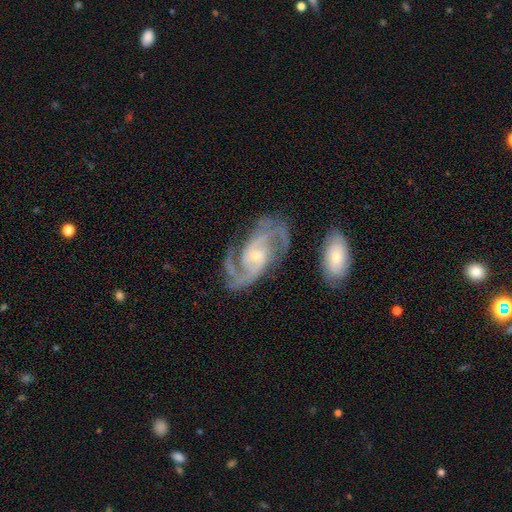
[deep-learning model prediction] Smooth or featured?
  - featured or disk: 92% *
  - star or artifact: 5%
  - smooth: 3%
Edge-on disk?
  - no: 97% *
  - yes: 3%
Bar?
  - no: 48% *
  - weak: 39%
  - strong: 13%
Spiral arms?
  - yes: 98% *
  - no: 2%
Spiral winding?
  - medium: 55% *
  - tight: 31%
  - loose: 13%
Spiral arm count?
  - 2: 77% *
  - 3: 11%
  - can't tell: 4%
  - 4: 3%
  - 1: 2%
  - more than 4: 2%
Bulge size?
  - small: 66% *
  - moderate: 29%
  - none: 2%
  - large: 2%
  - dominant: 1%
Merging?
  - none: 68% *
  - minor disturbance: 17%
  - major disturbance: 9%
  - merger: 6%